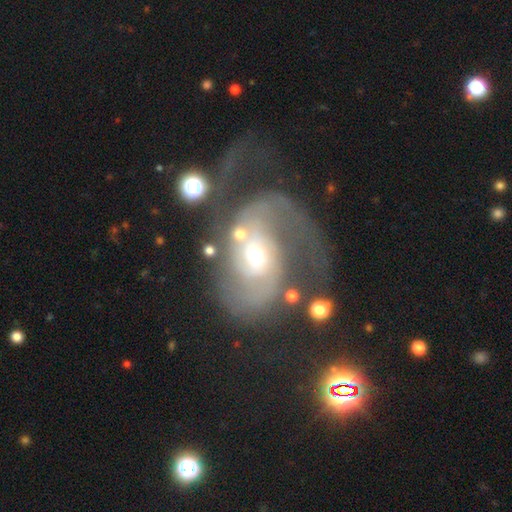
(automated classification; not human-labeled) The model was most divided on "merging": none: 36%, major disturbance: 35%, minor disturbance: 17%, merger: 12%. Remaining: edge-on disk — no (97%); spiral arms — yes (94%); smooth or featured — featured or disk (84%); spiral arm count — 2 (65%); bar — no (62%); bulge size — small (58%); spiral winding — medium (47%).